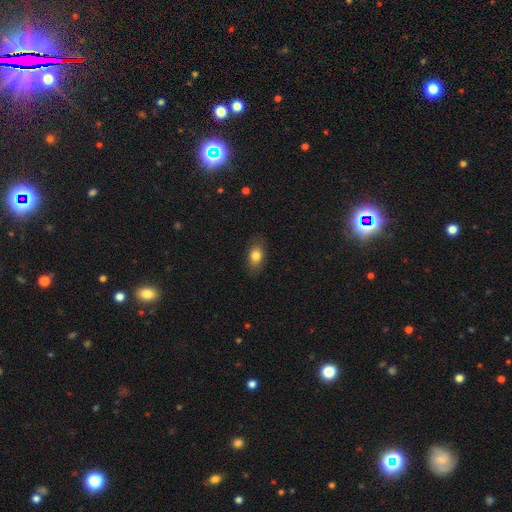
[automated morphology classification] Smooth or featured? smooth (80%)
How rounded? in between (82%)
Merging? none (83%)